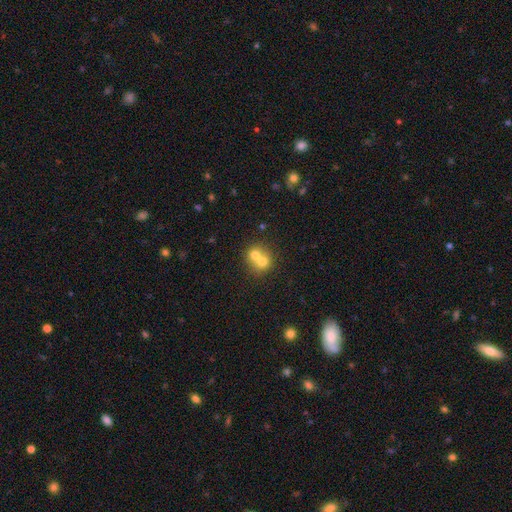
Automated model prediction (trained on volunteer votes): The model was most divided on "merging": merger: 67%, none: 27%, minor disturbance: 4%, major disturbance: 2%. More confident: how rounded — round (78%); smooth or featured — smooth (67%).